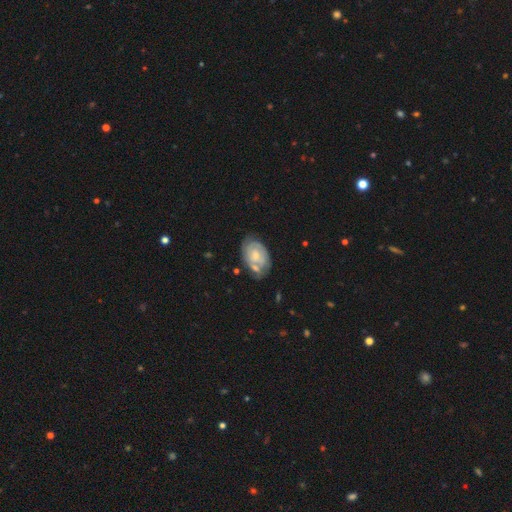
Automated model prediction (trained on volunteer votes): The model was most divided on "bulge size": small: 47%, moderate: 43%, none: 5%, large: 4%, dominant: 1%. Remaining: edge-on disk — no (96%); spiral arms — yes (82%); bar — no (69%); smooth or featured — featured or disk (67%); spiral winding — tight (66%); merging — none (54%); spiral arm count — 2 (44%).